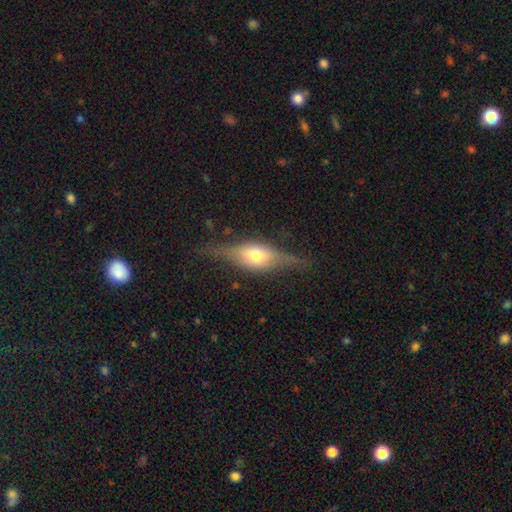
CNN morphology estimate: Smooth or featured? featured or disk (67%)
Edge-on disk? yes (91%)
Edge-on bulge? rounded (91%)
Merging? none (74%)